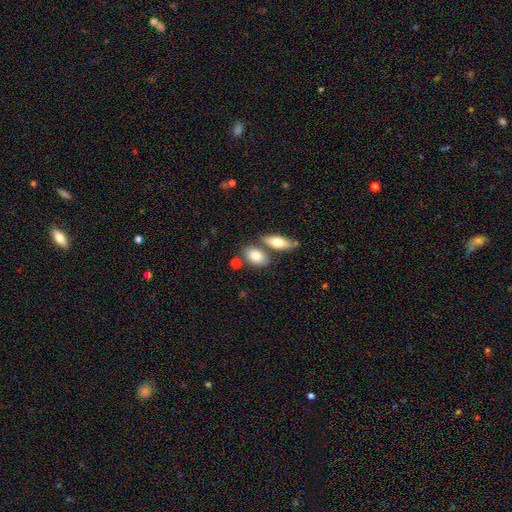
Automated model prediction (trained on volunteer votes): Smooth or featured? Predicted: smooth (p=0.82). How rounded? Predicted: in between (p=0.86). Merging? Predicted: none (p=0.60).